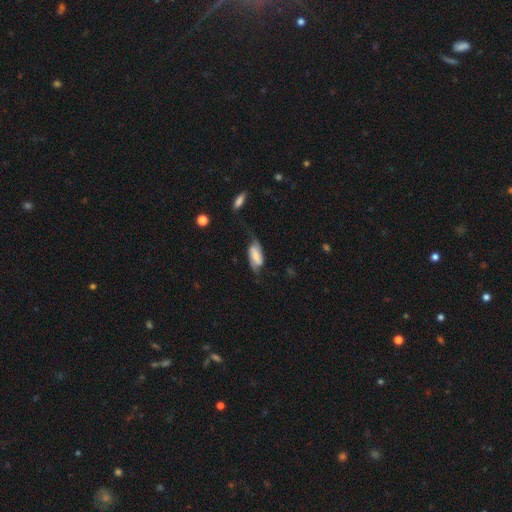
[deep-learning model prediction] Q: Smooth or featured?
A: featured or disk (56%); runner-up: smooth (37%)
Q: Edge-on disk?
A: no (90%); runner-up: yes (10%)
Q: Bar?
A: weak (36%); tied with: strong (36%)
Q: Spiral arms?
A: yes (85%); runner-up: no (15%)
Q: Bulge size?
A: small (41%); runner-up: moderate (29%)
Q: Merging?
A: none (48%); runner-up: minor disturbance (27%)